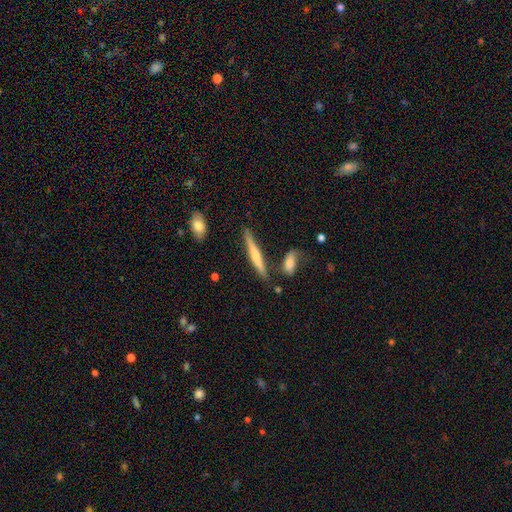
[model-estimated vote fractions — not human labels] Overall: smooth (50%; featured or disk 44%). Merging: none (79%).